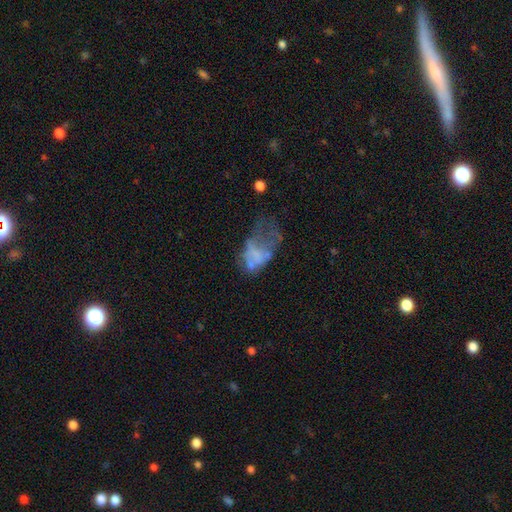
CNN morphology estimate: Smooth or featured: featured or disk — 47% (smooth — 39%)
Merging: major disturbance — 51% (minor disturbance — 19%)